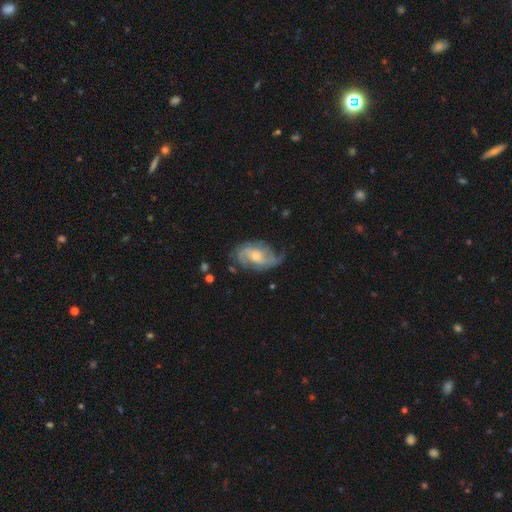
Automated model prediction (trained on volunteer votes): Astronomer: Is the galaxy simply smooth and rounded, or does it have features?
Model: featured or disk — 81%.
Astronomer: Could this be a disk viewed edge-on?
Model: no — 96%.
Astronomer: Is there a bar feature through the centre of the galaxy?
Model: no — 54% (runner-up: weak, 38%).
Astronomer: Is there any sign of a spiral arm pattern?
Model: yes — 94%.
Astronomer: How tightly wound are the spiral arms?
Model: medium — 43% (runner-up: tight, 30%).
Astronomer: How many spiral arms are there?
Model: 2 — 52%.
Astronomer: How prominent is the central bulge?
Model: moderate — 54% (runner-up: small, 39%).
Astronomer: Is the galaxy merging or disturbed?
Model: none — 62%.